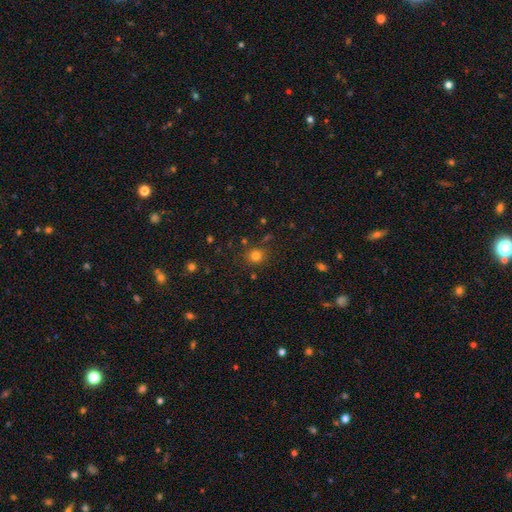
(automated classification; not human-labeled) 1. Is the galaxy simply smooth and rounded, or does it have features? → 79% smooth, 15% star or artifact, 6% featured or disk.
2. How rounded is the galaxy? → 85% round, 14% in between, 1% cigar-shaped.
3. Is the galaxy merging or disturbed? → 82% none, 10% minor disturbance, 4% merger, 4% major disturbance.